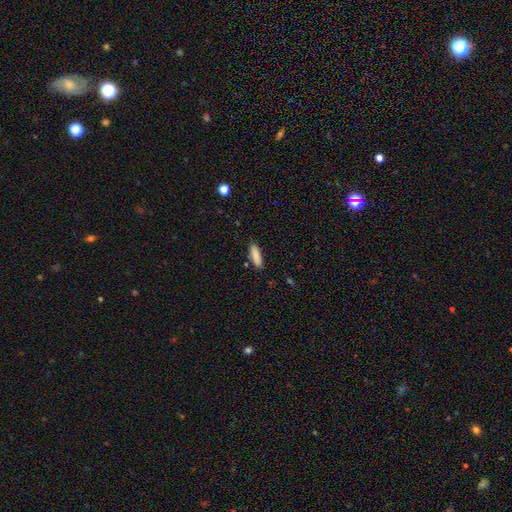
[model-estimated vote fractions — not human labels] smooth 87%, star or artifact 7%, featured or disk 6%. Down the decision tree: how rounded — cigar-shaped (51%); merging — none (83%).